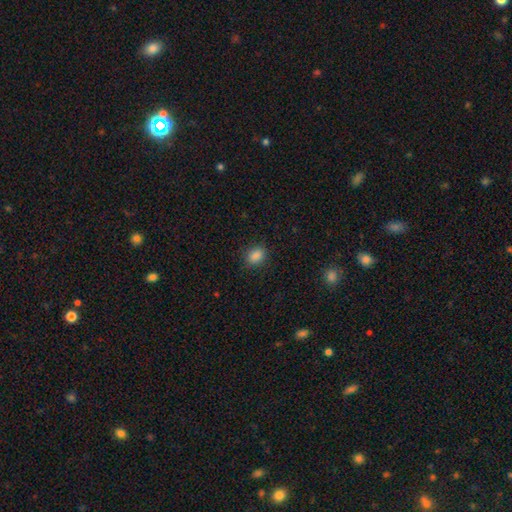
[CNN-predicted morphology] A smooth galaxy with no disk features (87%) that is in between round and cigar-shaped (62%). Merging: none (86%).